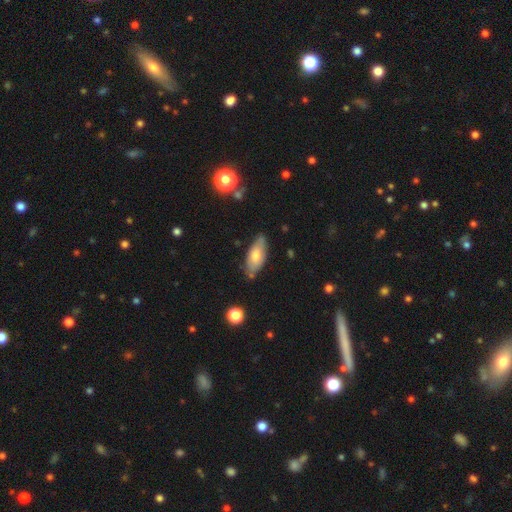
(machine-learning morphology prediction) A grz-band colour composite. It shows a smooth galaxy with no disk features (62%) that is in between round and cigar-shaped (84%). Merging: none (70%).